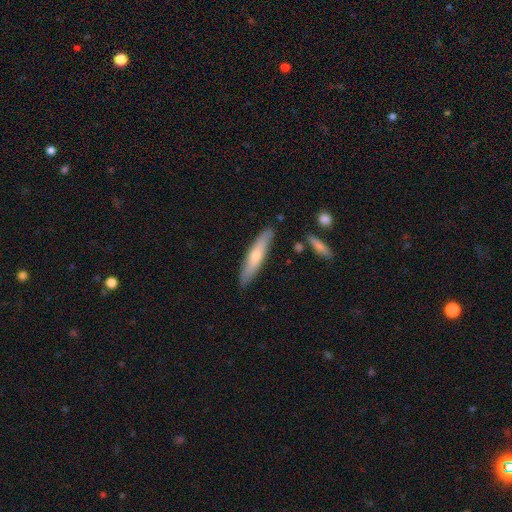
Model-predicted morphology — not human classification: smooth_or_featured: smooth (p=0.55) [alt: featured or disk p=0.39]
how_rounded: cigar-shaped (p=0.84) [alt: in between p=0.15]
merging: none (p=0.85) [alt: minor disturbance p=0.11]